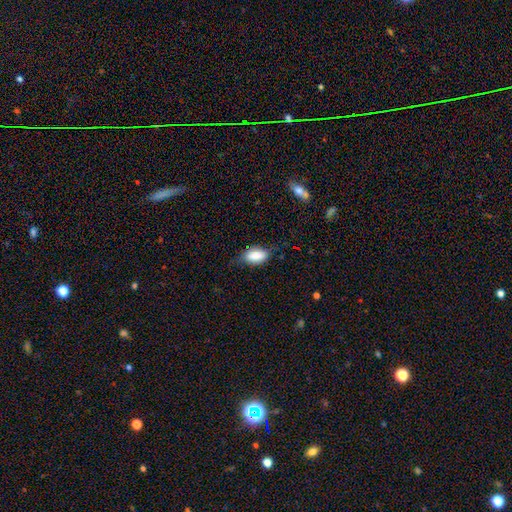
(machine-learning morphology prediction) The model was most divided on "merging": none: 61%, minor disturbance: 29%, major disturbance: 9%, merger: 2%. More confident: how rounded — in between (91%); smooth or featured — smooth (82%).